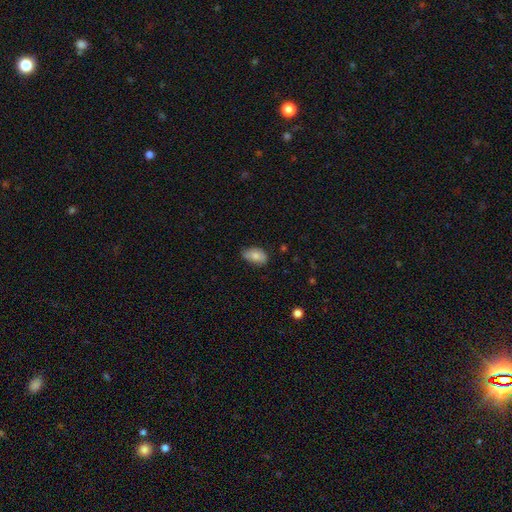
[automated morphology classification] Smooth or featured? Predicted: smooth (p=0.78). How rounded? Predicted: in between (p=0.91). Merging? Predicted: none (p=0.70).